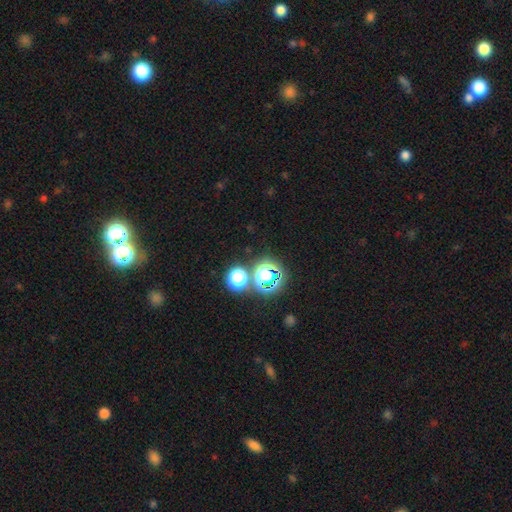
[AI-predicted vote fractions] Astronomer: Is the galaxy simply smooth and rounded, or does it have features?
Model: star or artifact — 69%.